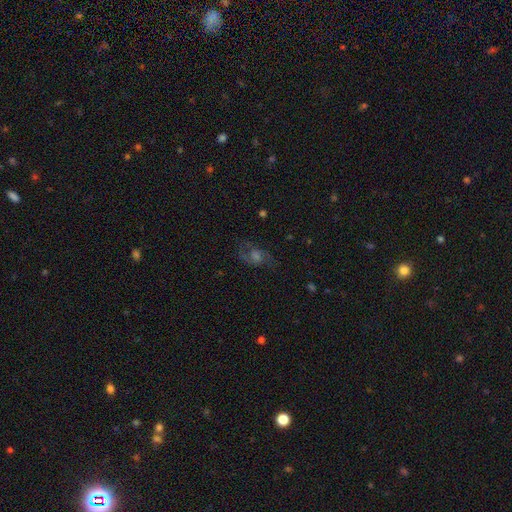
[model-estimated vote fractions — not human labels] Smooth or featured? featured or disk (59%)
Edge-on disk? no (95%)
Bar? no (56%)
Spiral arms? yes (86%)
Bulge size? moderate (39%)
Merging? none (70%)